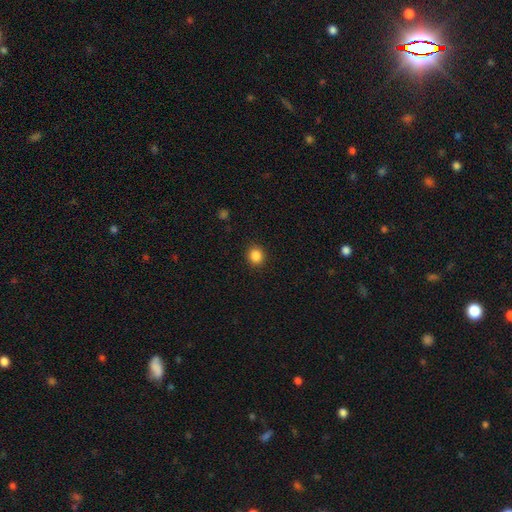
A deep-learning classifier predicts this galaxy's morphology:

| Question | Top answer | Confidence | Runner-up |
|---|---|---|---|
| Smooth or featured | smooth | 86% | star or artifact (10%) |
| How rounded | round | 83% | in between (16%) |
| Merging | none | 91% | minor disturbance (6%) |